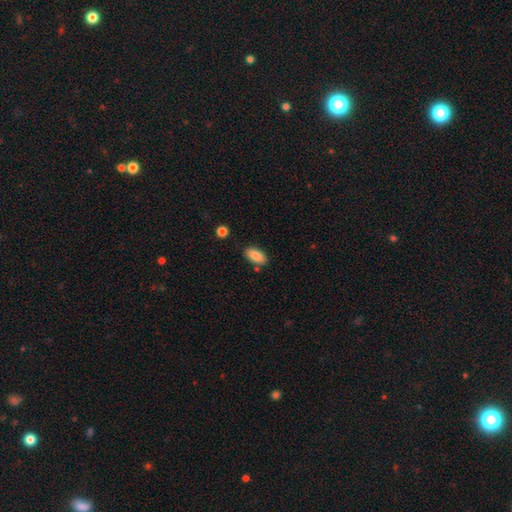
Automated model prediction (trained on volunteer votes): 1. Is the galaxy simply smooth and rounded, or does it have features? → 87% smooth, 7% star or artifact, 6% featured or disk.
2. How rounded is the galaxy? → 90% in between, 8% cigar-shaped, 2% round.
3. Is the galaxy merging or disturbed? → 83% none, 11% minor disturbance, 3% merger, 2% major disturbance.